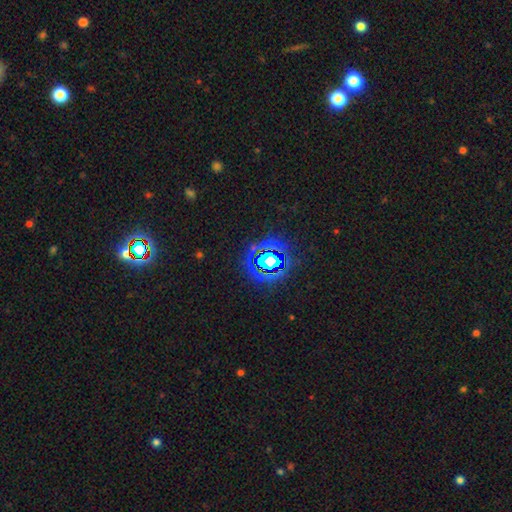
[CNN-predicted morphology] smooth_or_featured: star or artifact (p=0.80) [alt: smooth p=0.13]